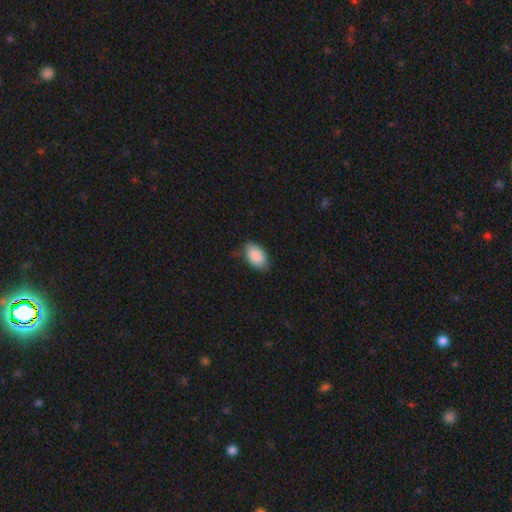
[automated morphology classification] A smooth galaxy with no disk features (89%) that is in between round and cigar-shaped (93%). Merging: none (76%).